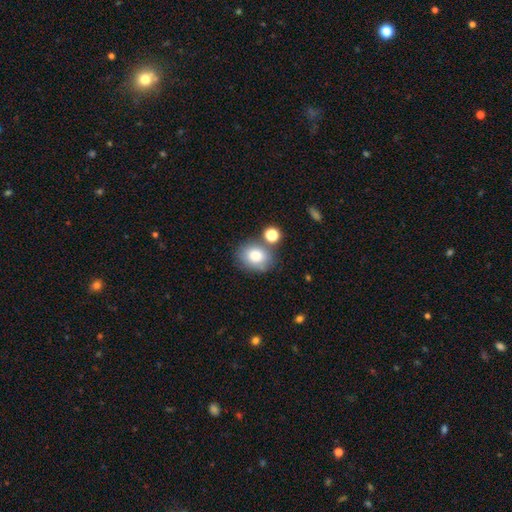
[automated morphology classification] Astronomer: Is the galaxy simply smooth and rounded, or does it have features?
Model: smooth — 82%.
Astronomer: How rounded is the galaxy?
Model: in between — 50% (runner-up: round, 49%).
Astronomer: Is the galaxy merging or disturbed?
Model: none — 65%.